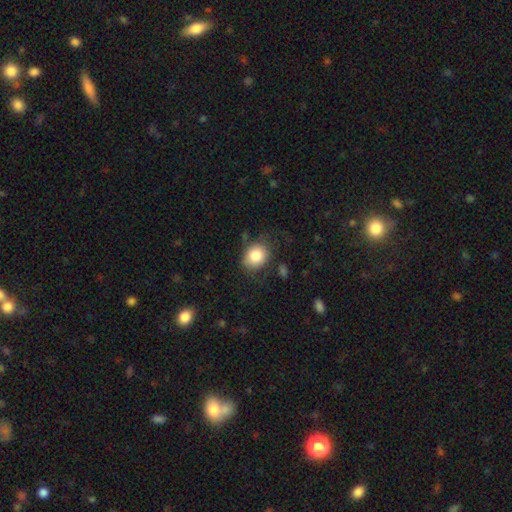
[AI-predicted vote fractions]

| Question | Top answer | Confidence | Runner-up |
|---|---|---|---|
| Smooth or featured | smooth | 83% | featured or disk (9%) |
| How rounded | round | 62% | in between (38%) |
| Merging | none | 71% | minor disturbance (19%) |